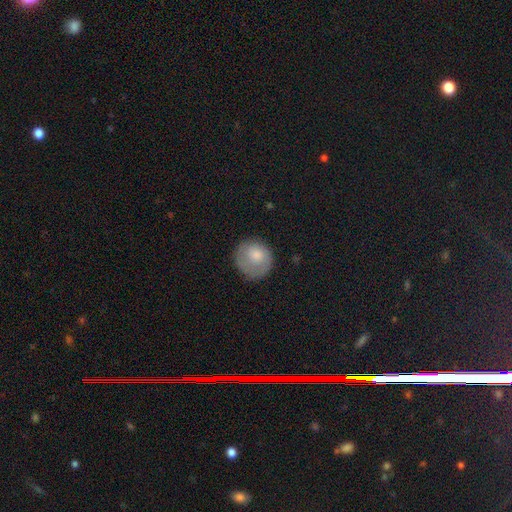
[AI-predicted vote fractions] Morphology: type=smooth (73%); roundness=round (83%); merging=none (64%).